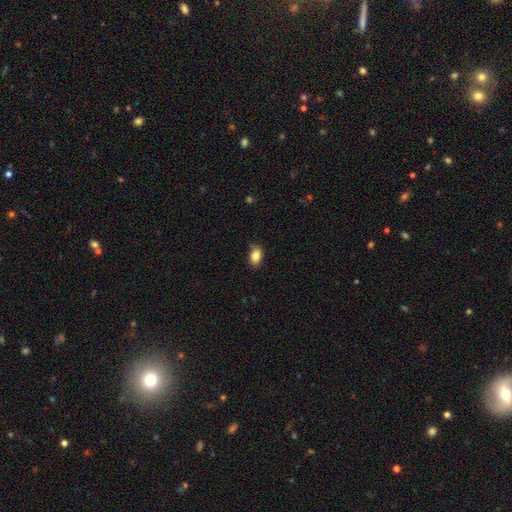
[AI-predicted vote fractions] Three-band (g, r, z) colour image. It shows a smooth galaxy with no disk features (85%) that is in between round and cigar-shaped (86%). Merging: none (78%).